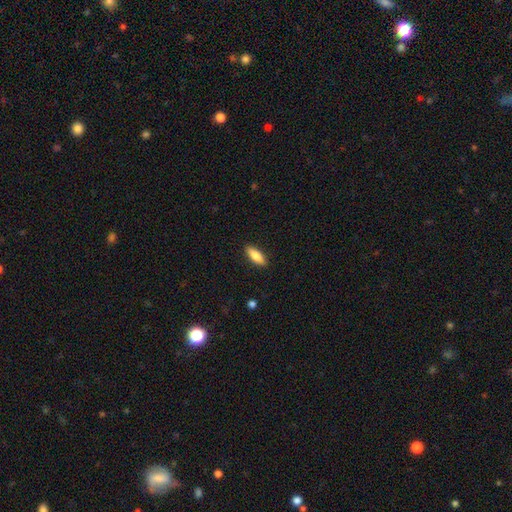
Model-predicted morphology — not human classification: This appears to be a smooth galaxy with no disk features (79%) that is in between round and cigar-shaped (63%). Merging: none (89%).